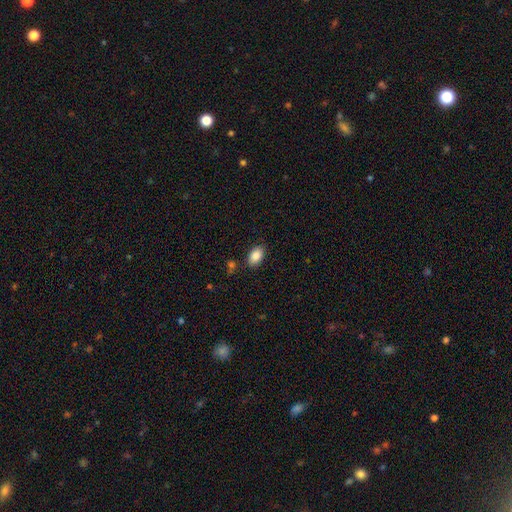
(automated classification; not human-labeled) This appears to be a smooth galaxy with no disk features (87%) that is in between round and cigar-shaped (91%). Merging: none (83%).